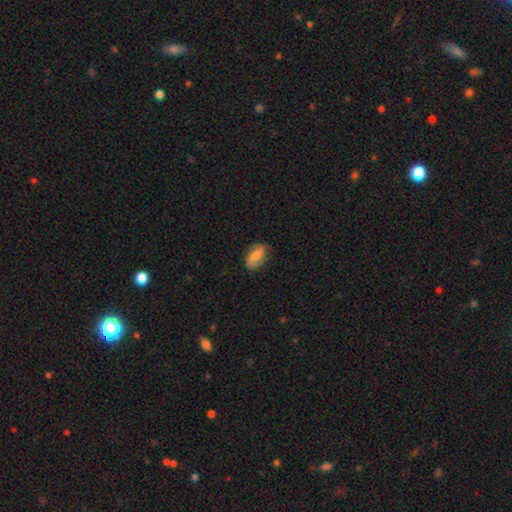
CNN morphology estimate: This is possibly a smooth galaxy (53%). How rounded: clearly in between (89%). Merging: likely none (75%).